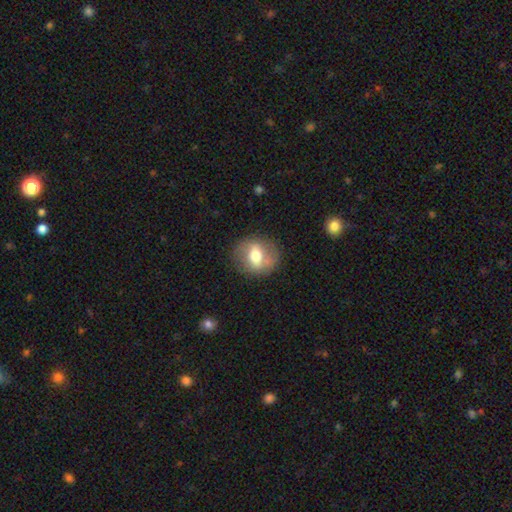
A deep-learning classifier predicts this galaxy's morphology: Smooth or featured? smooth (51%)
How rounded? round (64%)
Merging? none (80%)